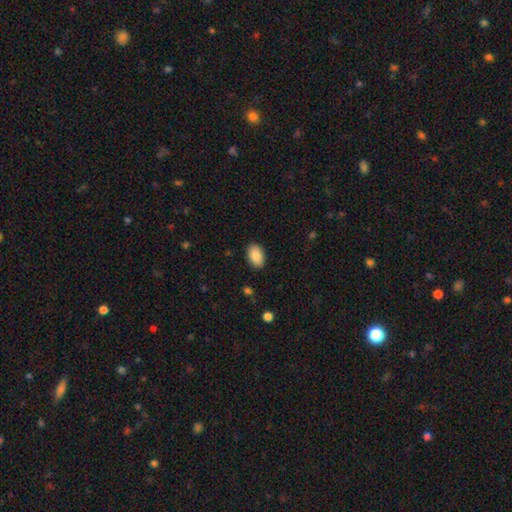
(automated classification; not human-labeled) smooth 88%, star or artifact 7%, featured or disk 5%. Down the decision tree: how rounded — in between (91%); merging — none (89%).